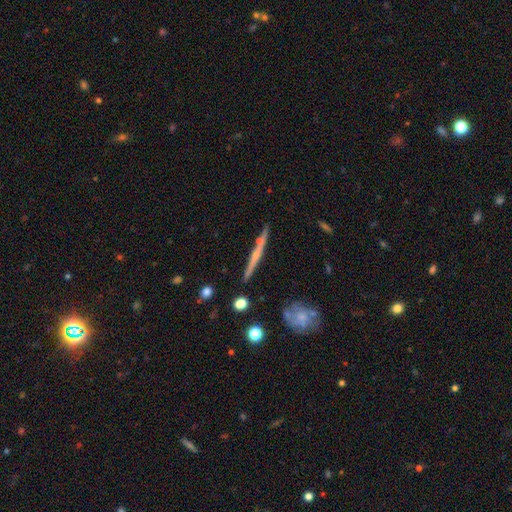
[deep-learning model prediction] Smooth or featured? featured or disk (62%)
Edge-on disk? yes (96%)
Edge-on bulge? none (55%)
Merging? none (82%)